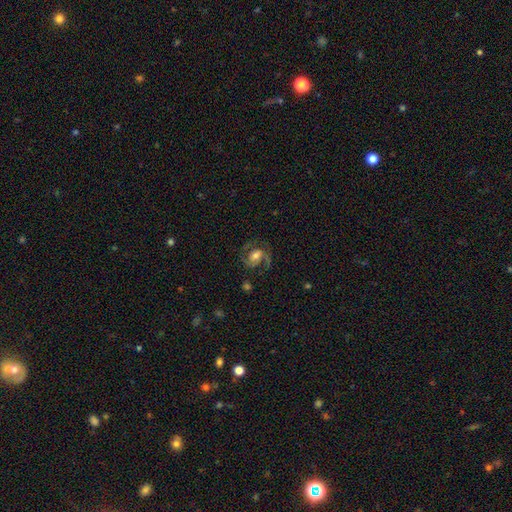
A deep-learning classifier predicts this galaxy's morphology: A featured or disk galaxy (76%) with no bar (40%), 2 (84%) medium (54%) spiral arms (93%) and a moderate central bulge (58%).

Vote fractions:
- Smooth or featured? featured or disk: 76% / smooth: 17% / star or artifact: 7%
- Edge-on disk? no: 97% / yes: 3%
- Bar? no: 40% / weak: 39% / strong: 21%
- Spiral arms? yes: 93% / no: 7%
- Spiral winding? medium: 54% / tight: 23% / loose: 23%
- Spiral arm count? 2: 84% / 1: 6% / can't tell: 5% / 3: 3% / 4: 1% / more than 4: 1%
- Bulge size? moderate: 58% / small: 23% / large: 14% / none: 2% / dominant: 2%
- Merging? none: 64% / minor disturbance: 17% / major disturbance: 17% / merger: 2%